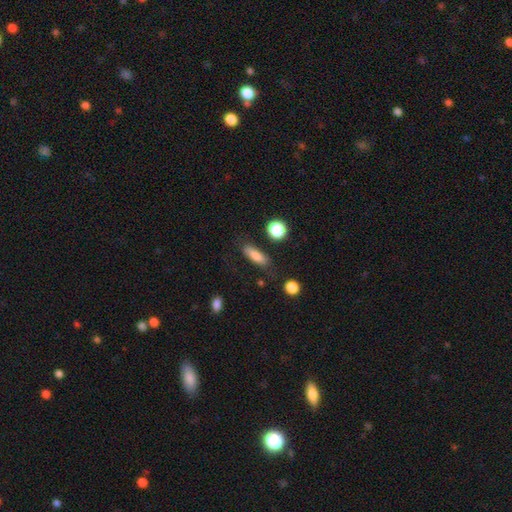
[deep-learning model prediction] Smooth or featured? Predicted: smooth (p=0.78). How rounded? Predicted: in between (p=0.51). Merging? Predicted: none (p=0.75).